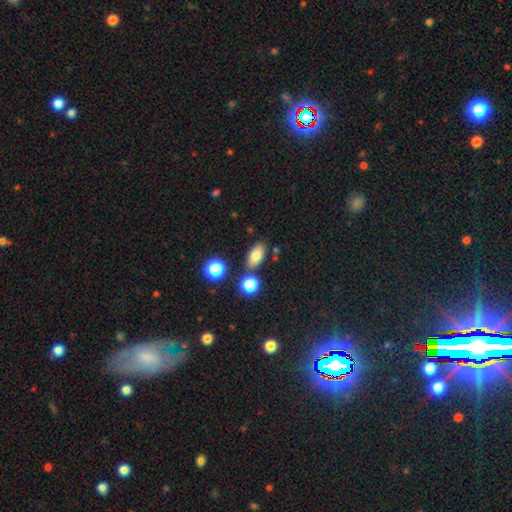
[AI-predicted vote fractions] smooth 78%, star or artifact 11%, featured or disk 10%. Down the decision tree: how rounded — in between (86%); merging — none (77%).